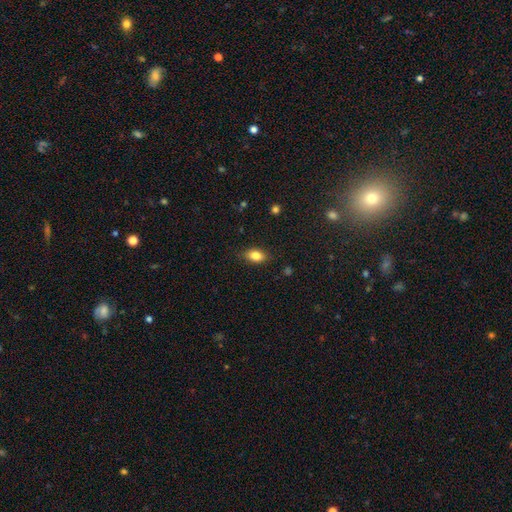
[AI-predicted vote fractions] Q: Smooth or featured?
A: smooth (83%); runner-up: star or artifact (9%)
Q: How rounded?
A: in between (86%); runner-up: round (11%)
Q: Merging?
A: none (85%); runner-up: minor disturbance (11%)